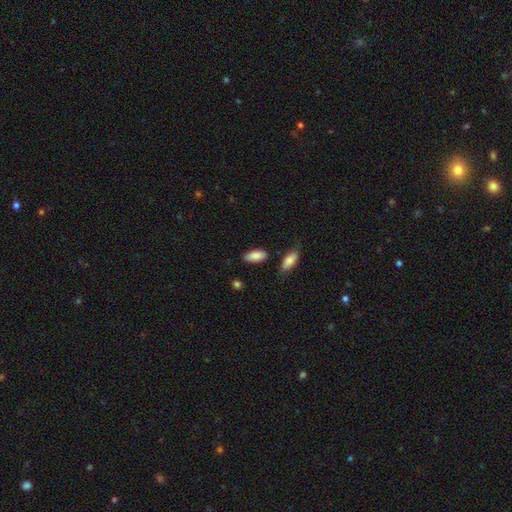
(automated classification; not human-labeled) A smooth galaxy with no disk features (88%) that is in between round and cigar-shaped (91%). Merging: none (81%).